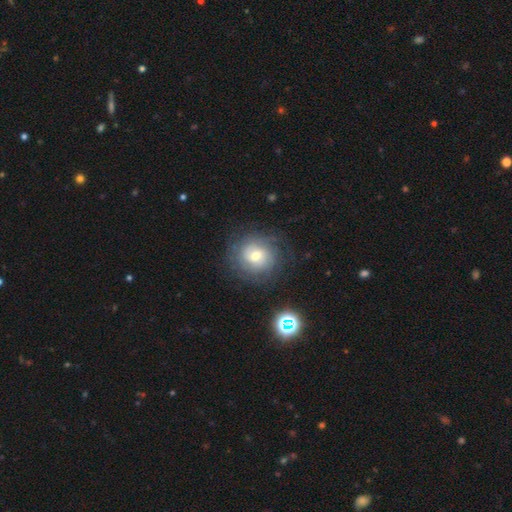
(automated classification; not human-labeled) The model was most divided on "bulge size": moderate: 56%, small: 36%, large: 6%, dominant: 1%, none: 1%. More confident: edge-on disk — no (97%); spiral arms — yes (81%); merging — none (77%); bar — no (61%); smooth or featured — featured or disk (56%).